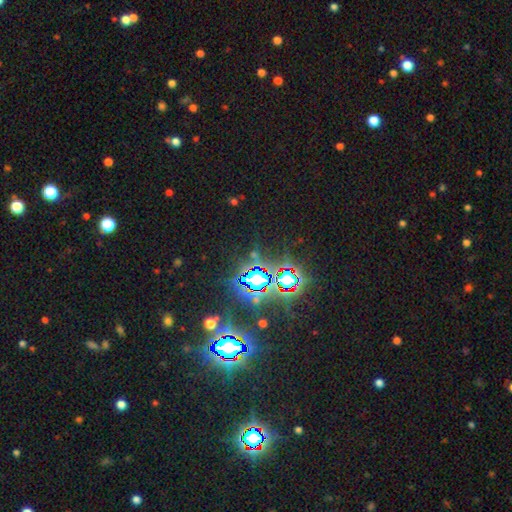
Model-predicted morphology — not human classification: Q: Smooth or featured?
A: star or artifact (82%); runner-up: smooth (10%)